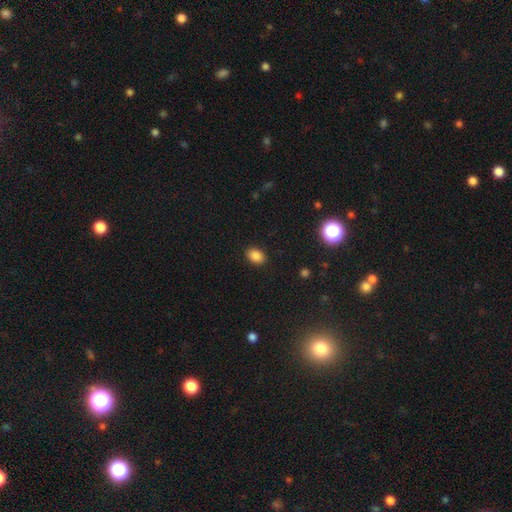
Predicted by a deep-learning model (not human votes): smooth_or_featured: smooth (p=0.85) [alt: star or artifact p=0.10]
how_rounded: in between (p=0.72) [alt: round p=0.27]
merging: none (p=0.88) [alt: minor disturbance p=0.09]